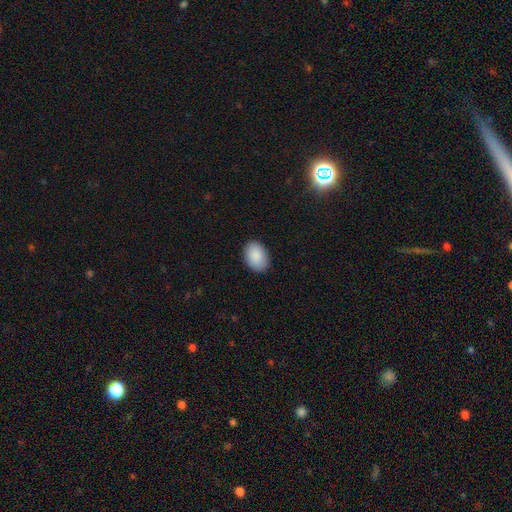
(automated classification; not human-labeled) Overall: smooth (90%). How rounded: in between (84%). Merging: none (88%).